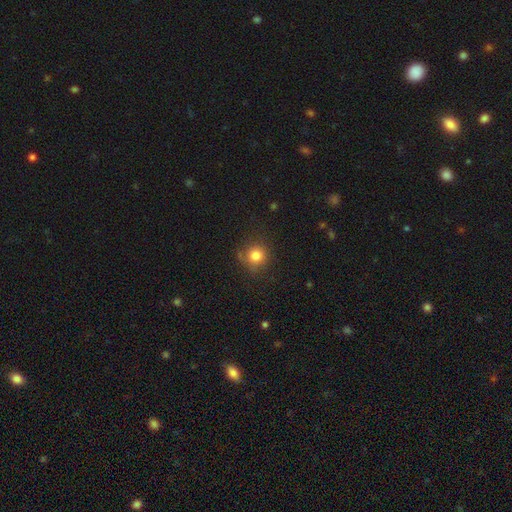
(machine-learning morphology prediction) A smooth galaxy with no disk features (80%) that is round (92%). Merging: none (75%).